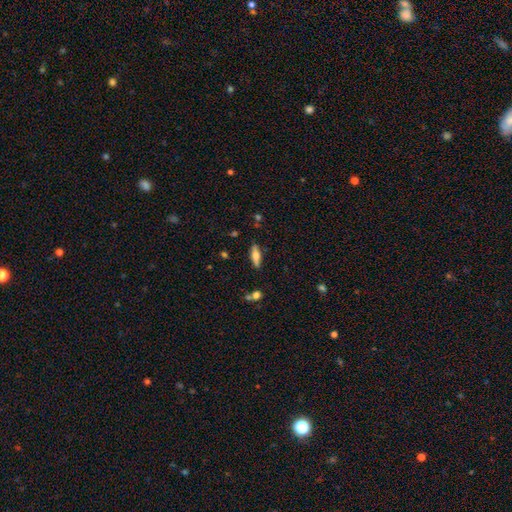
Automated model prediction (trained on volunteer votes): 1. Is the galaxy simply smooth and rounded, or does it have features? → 52% smooth, 41% featured or disk, 7% star or artifact.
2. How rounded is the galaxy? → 53% in between, 44% cigar-shaped, 3% round.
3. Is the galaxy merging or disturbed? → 85% none, 10% minor disturbance, 3% merger, 2% major disturbance.